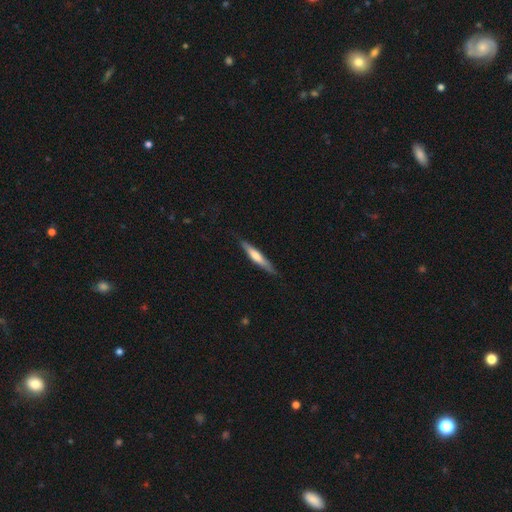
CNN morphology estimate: The model was most divided on "smooth or featured": smooth: 53%, featured or disk: 42%, star or artifact: 5%. More confident: how rounded — cigar-shaped (92%); merging — none (83%).